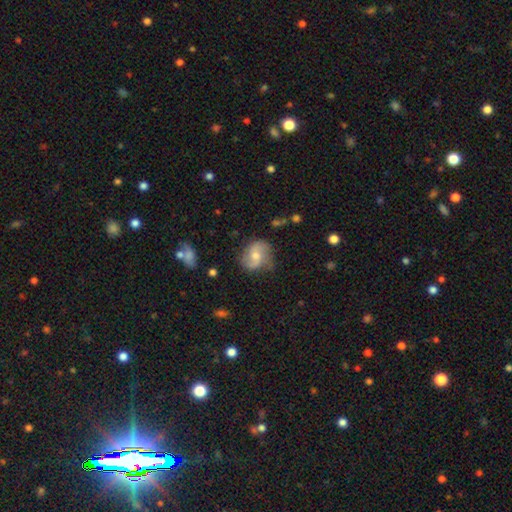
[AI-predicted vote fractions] Q: Smooth or featured?
A: featured or disk (66%); runner-up: smooth (27%)
Q: Edge-on disk?
A: no (97%); runner-up: yes (3%)
Q: Bar?
A: no (55%); runner-up: weak (38%)
Q: Spiral arms?
A: yes (91%); runner-up: no (9%)
Q: Spiral winding?
A: medium (45%); runner-up: loose (37%)
Q: Spiral arm count?
A: 2 (86%); runner-up: can't tell (7%)
Q: Bulge size?
A: moderate (64%); runner-up: small (27%)
Q: Merging?
A: none (67%); runner-up: minor disturbance (23%)